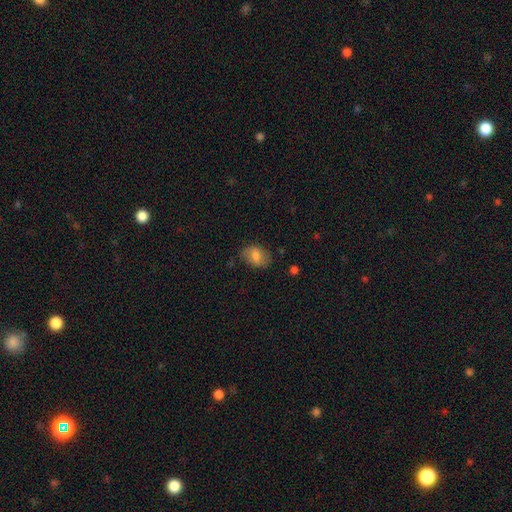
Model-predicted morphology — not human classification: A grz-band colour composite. It shows a smooth galaxy with no disk features (72%) that is in between round and cigar-shaped (79%). Merging: none (75%).